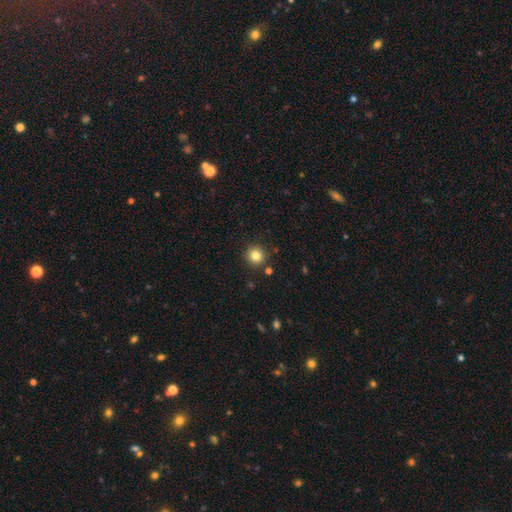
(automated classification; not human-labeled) The model was most divided on "smooth or featured": smooth: 82%, star or artifact: 12%, featured or disk: 6%. More confident: how rounded — round (94%); merging — none (90%).